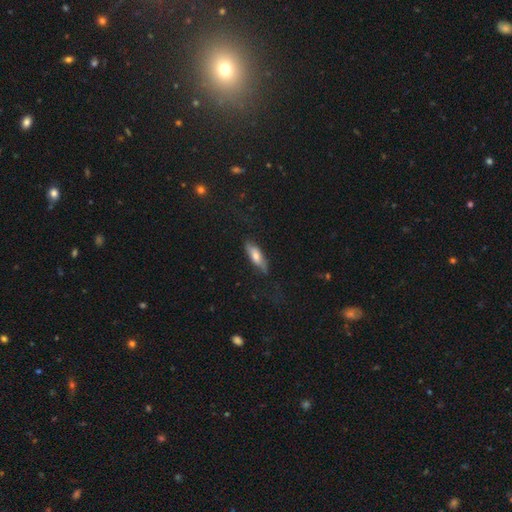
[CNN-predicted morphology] smooth 61%, featured or disk 32%, star or artifact 7%. Down the decision tree: how rounded — in between (53%); merging — none (71%).